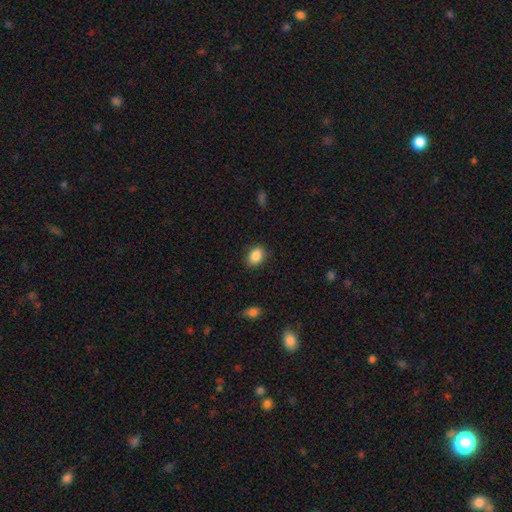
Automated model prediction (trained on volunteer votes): Smooth or featured? Predicted: smooth (p=0.87). How rounded? Predicted: in between (p=0.75). Merging? Predicted: none (p=0.87).